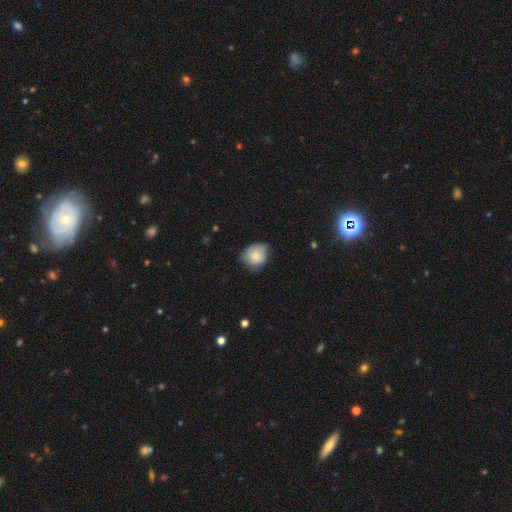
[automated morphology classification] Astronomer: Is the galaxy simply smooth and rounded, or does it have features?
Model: smooth — 76%.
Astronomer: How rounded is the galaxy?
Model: round — 61% (runner-up: in between, 38%).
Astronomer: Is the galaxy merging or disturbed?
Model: none — 61%.